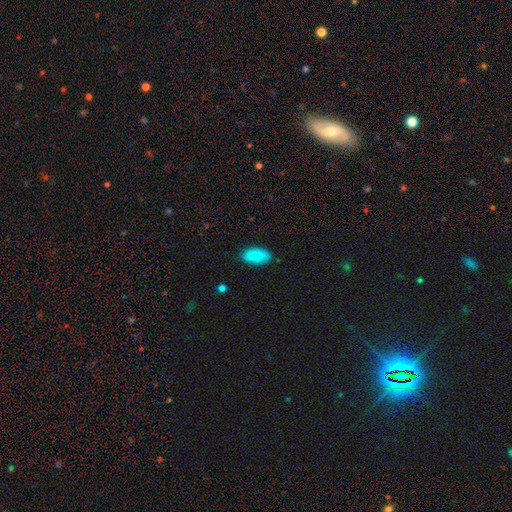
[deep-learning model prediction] A smooth galaxy with no disk features (88%) that is in between round and cigar-shaped (94%).

Vote fractions:
- Smooth or featured? smooth: 88% / star or artifact: 7% / featured or disk: 5%
- How rounded? in between: 94% / cigar-shaped: 3% / round: 3%
- Merging? none: 85% / minor disturbance: 12% / major disturbance: 2% / merger: 1%